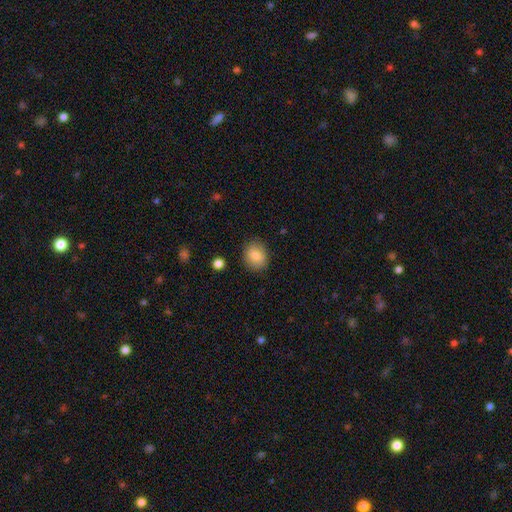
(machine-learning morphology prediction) Smooth or featured? Predicted: smooth (p=0.85). How rounded? Predicted: round (p=0.62). Merging? Predicted: none (p=0.86).